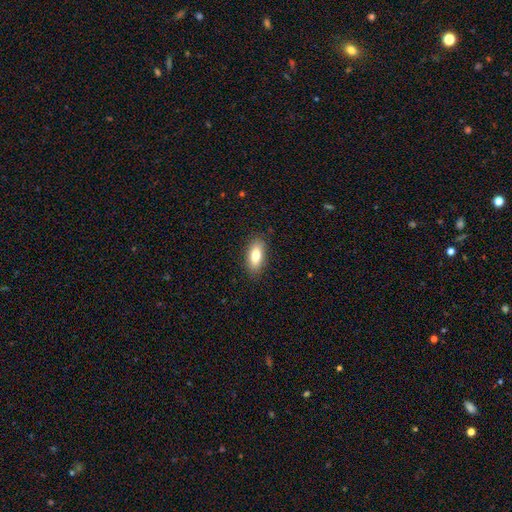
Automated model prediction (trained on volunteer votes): Overall: smooth (79%). How rounded: in between (84%). Merging: none (87%).